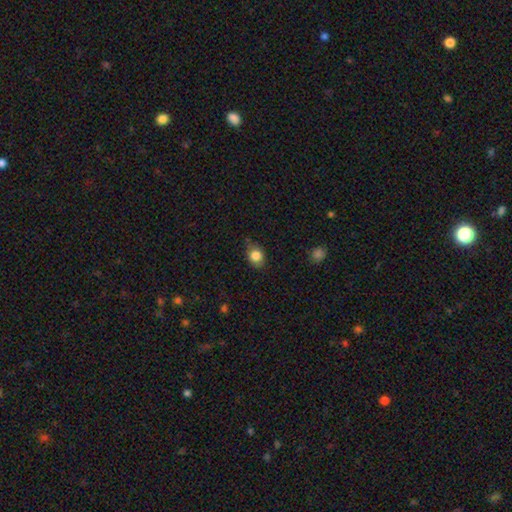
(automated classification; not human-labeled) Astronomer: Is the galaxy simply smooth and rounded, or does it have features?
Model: smooth — 83%.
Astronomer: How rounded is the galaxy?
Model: in between — 55% (runner-up: round, 44%).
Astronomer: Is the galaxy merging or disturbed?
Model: none — 76%.